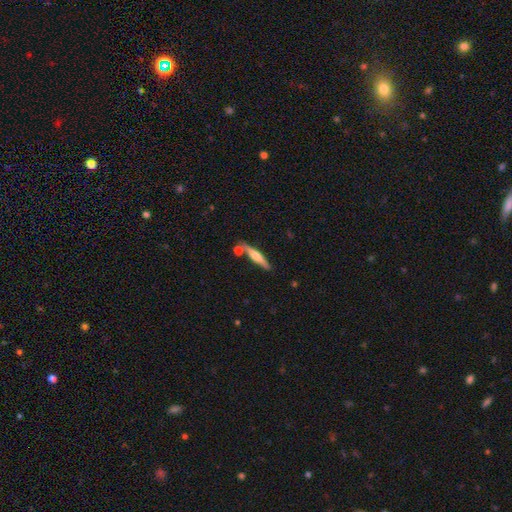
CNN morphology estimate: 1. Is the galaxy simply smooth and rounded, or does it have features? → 55% featured or disk, 39% smooth, 6% star or artifact.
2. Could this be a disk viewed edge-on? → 96% yes, 4% no.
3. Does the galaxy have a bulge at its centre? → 85% rounded, 8% none, 8% boxy.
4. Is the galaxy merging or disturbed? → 78% none, 10% minor disturbance, 10% merger, 2% major disturbance.